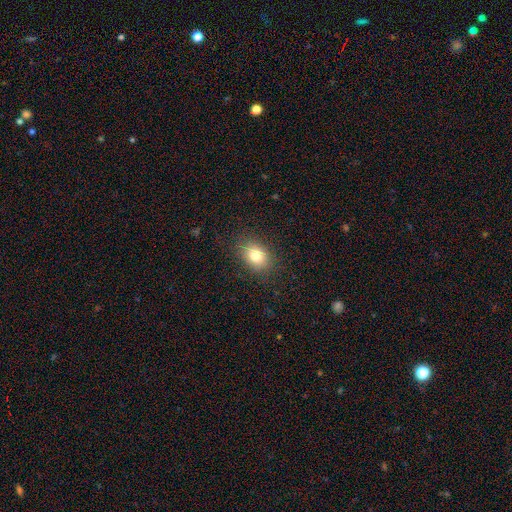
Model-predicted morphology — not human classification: smooth-or-featured: smooth: 79% | star or artifact: 11% | featured or disk: 10%
  how-rounded: in between: 65% | round: 34% | cigar-shaped: 1%
  merging: none: 85% | minor disturbance: 10% | major disturbance: 4% | merger: 1%